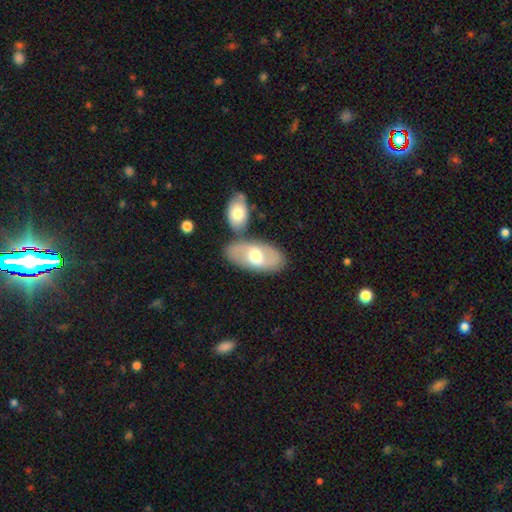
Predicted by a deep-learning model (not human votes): Smooth or featured: smooth — 48% (featured or disk — 47%)
Merging: none — 65% (merger — 19%)